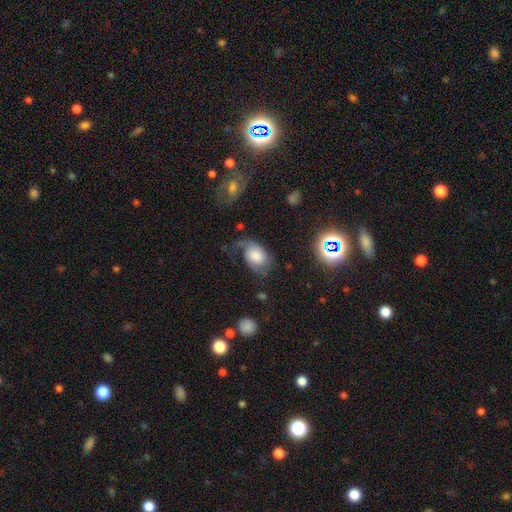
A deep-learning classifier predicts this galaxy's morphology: The model was most divided on "smooth or featured": smooth: 47%, featured or disk: 43%, star or artifact: 10%. Remaining: merging — major disturbance (38%).